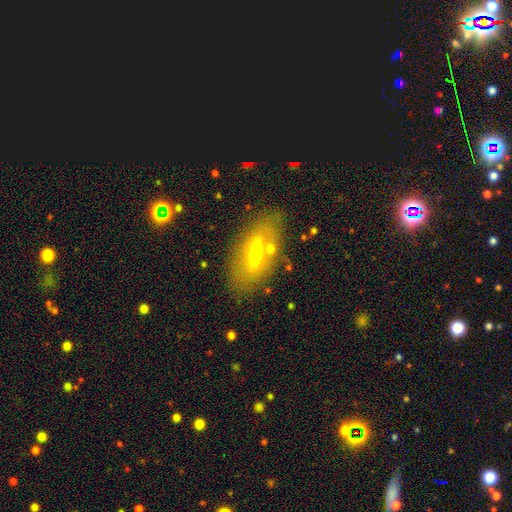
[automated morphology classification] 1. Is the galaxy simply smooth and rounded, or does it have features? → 47% featured or disk, 41% smooth, 12% star or artifact.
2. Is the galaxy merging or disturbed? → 77% none, 13% minor disturbance, 5% merger, 4% major disturbance.